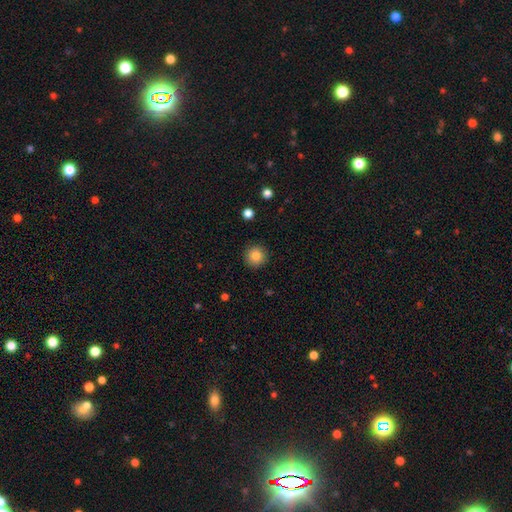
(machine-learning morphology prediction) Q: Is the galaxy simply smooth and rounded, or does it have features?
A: smooth — 85%.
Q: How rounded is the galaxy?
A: round — 95%.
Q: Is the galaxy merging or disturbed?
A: none — 92%.